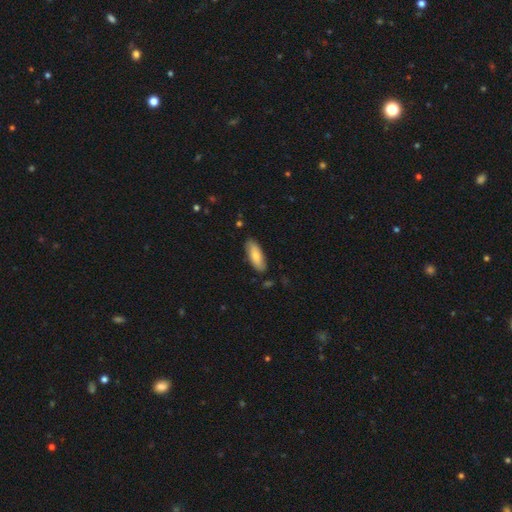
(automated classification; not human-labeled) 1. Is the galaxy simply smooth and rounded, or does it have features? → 78% smooth, 17% featured or disk, 5% star or artifact.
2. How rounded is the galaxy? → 69% in between, 29% cigar-shaped, 2% round.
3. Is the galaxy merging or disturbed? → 85% none, 12% minor disturbance, 2% major disturbance, 2% merger.